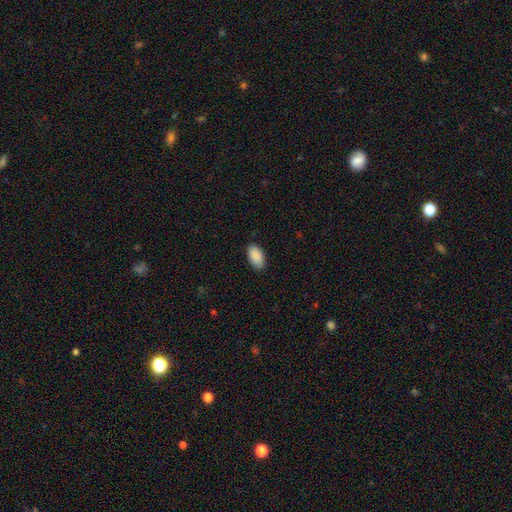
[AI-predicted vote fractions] This appears to be a smooth galaxy with no disk features (90%) that is in between round and cigar-shaped (95%). Merging: none (85%).